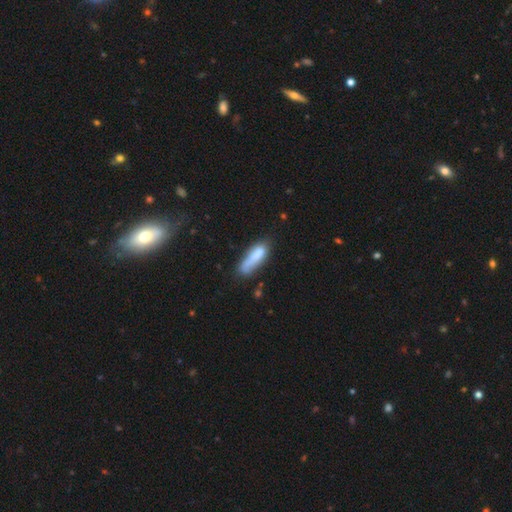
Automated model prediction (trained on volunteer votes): Smooth or featured? smooth (75%)
How rounded? cigar-shaped (50%)
Merging? none (45%)